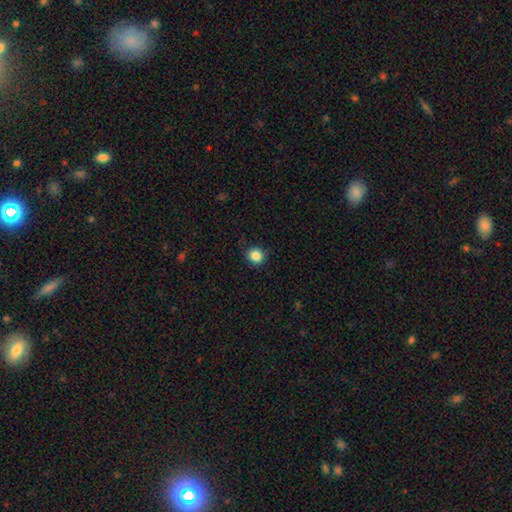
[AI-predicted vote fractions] The model was most divided on "smooth or featured": smooth: 86%, star or artifact: 10%, featured or disk: 4%. More confident: how rounded — round (90%); merging — none (87%).